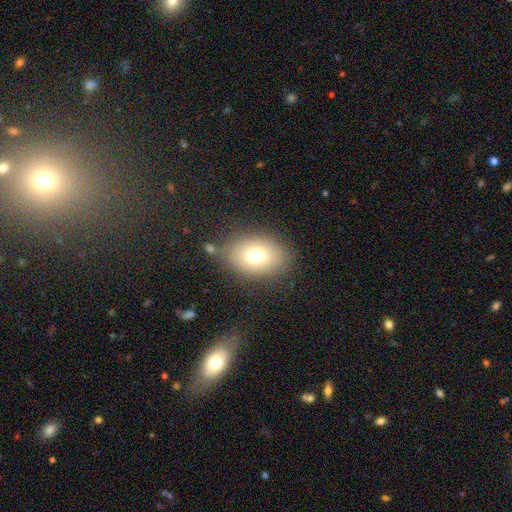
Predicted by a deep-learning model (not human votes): Overall: smooth (73%). How rounded: in between (76%). Merging: none (75%).